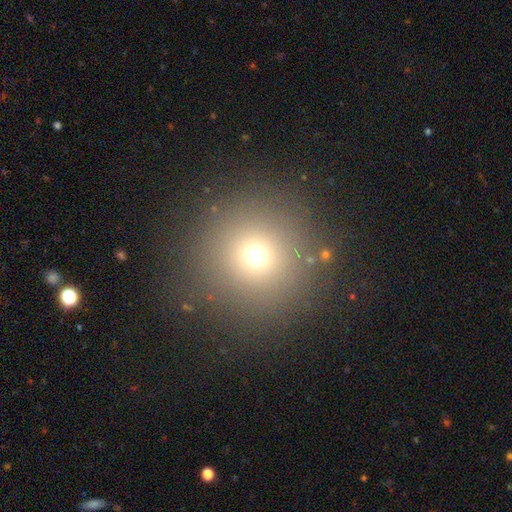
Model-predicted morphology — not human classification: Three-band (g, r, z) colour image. It shows a smooth galaxy with no disk features (68%) that is round (95%). Merging: none (87%).